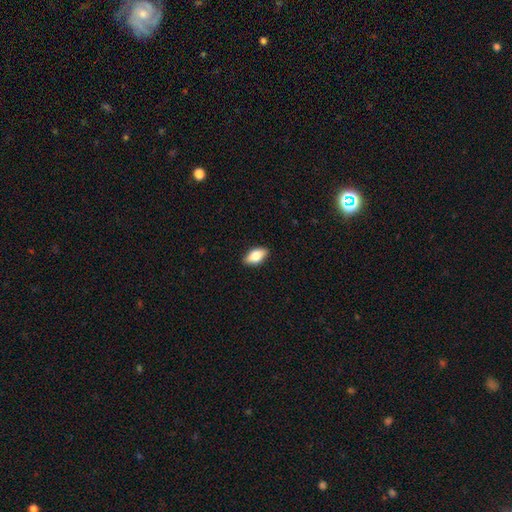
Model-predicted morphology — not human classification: This is likely a smooth galaxy (76%). How rounded: clearly in between (88%). Merging: clearly none (89%).